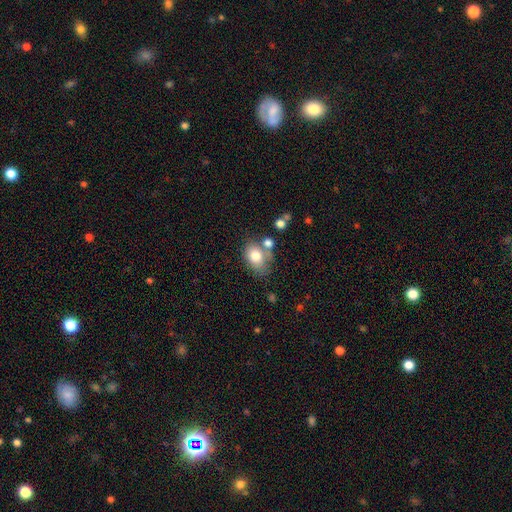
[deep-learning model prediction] smooth-or-featured: smooth: 76% | featured or disk: 15% | star or artifact: 9%
  how-rounded: in between: 71% | round: 27% | cigar-shaped: 1%
  merging: none: 52% | merger: 21% | minor disturbance: 19% | major disturbance: 8%